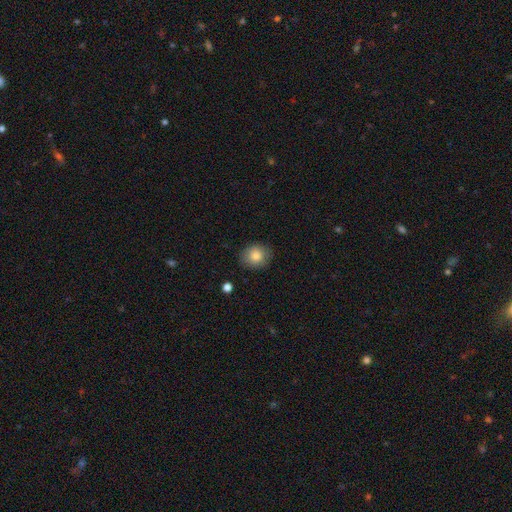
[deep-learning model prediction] The model was most divided on "how rounded": round: 72%, in between: 27%, cigar-shaped: 1%. More confident: merging — none (87%); smooth or featured — smooth (84%).